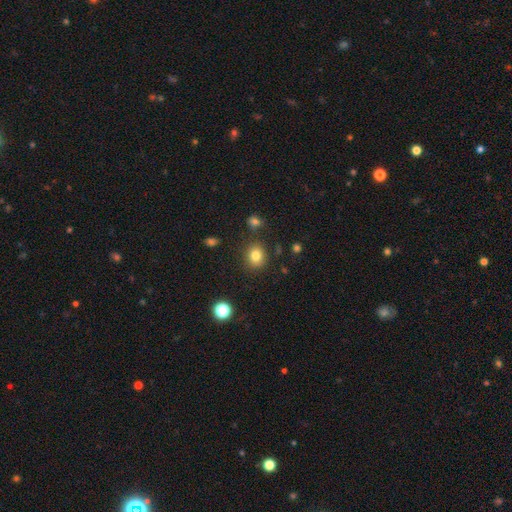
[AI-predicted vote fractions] The model was most divided on "how rounded": round: 71%, in between: 28%, cigar-shaped: 1%. More confident: merging — none (84%); smooth or featured — smooth (81%).